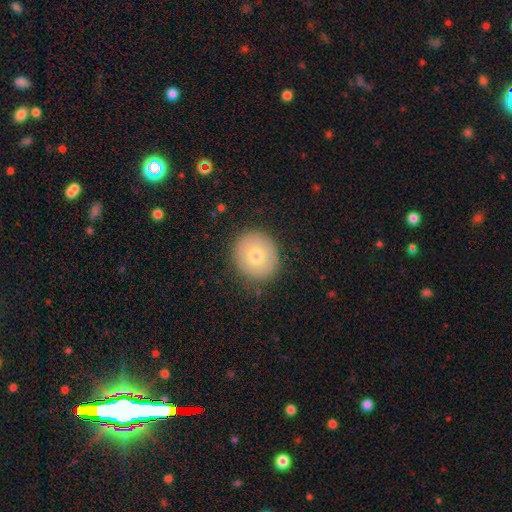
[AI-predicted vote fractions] Q: Smooth or featured?
A: smooth (72%); runner-up: featured or disk (19%)
Q: How rounded?
A: round (87%); runner-up: in between (12%)
Q: Merging?
A: none (88%); runner-up: minor disturbance (8%)